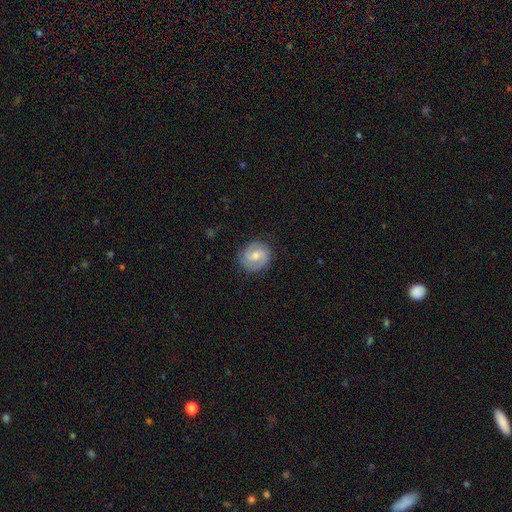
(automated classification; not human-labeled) smooth-or-featured: featured or disk: 65% | smooth: 29% | star or artifact: 6%
  disk-edge-on: no: 98% | yes: 2%
    bar: weak: 49% | no: 42% | strong: 10%
    has-spiral-arms: yes: 91% | no: 9%
      spiral-winding: medium: 43% (tied) | tight: 43% (tied) | loose: 14%
      spiral-arm-count: 2: 78% | can't tell: 10% | 3: 6% | 1: 3% | 4: 1% | more than 4: 1%
    bulge-size: moderate: 60% | small: 33% | large: 3% | none: 2% | dominant: 1%
  merging: none: 83% | minor disturbance: 12% | major disturbance: 4% | merger: 1%